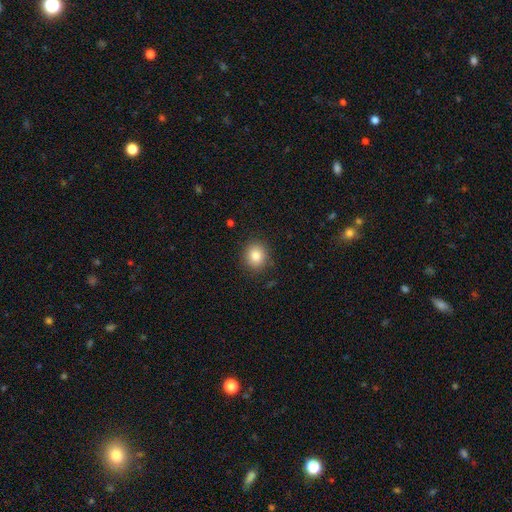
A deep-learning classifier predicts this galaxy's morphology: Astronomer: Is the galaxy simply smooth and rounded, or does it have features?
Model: smooth — 83%.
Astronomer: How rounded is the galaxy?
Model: round — 81%.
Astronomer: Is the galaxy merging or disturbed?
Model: none — 88%.